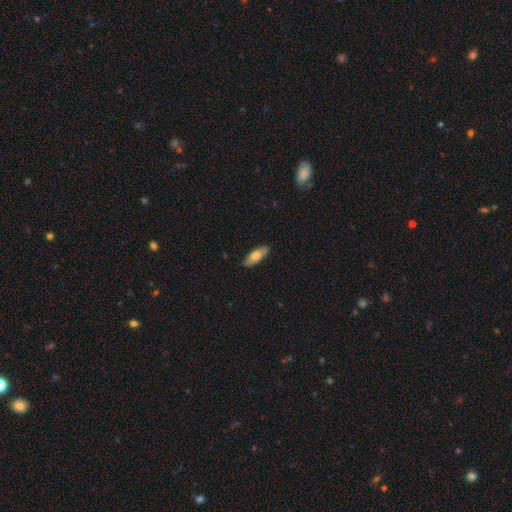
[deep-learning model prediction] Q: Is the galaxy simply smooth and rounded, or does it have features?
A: smooth — 70%.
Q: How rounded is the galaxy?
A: in between — 70%.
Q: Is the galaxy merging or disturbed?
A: none — 88%.